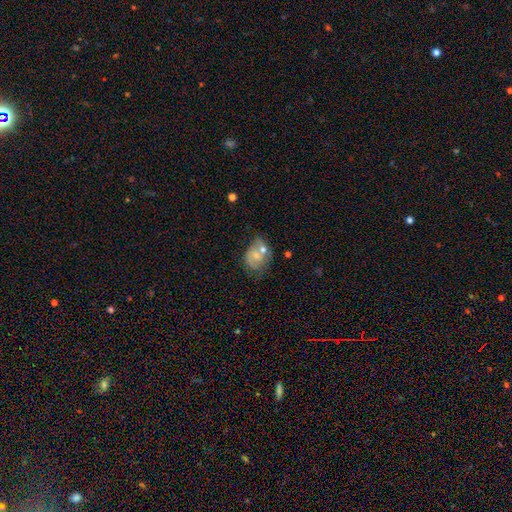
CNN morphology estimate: Smooth or featured? smooth (47%)
Merging? merger (34%)